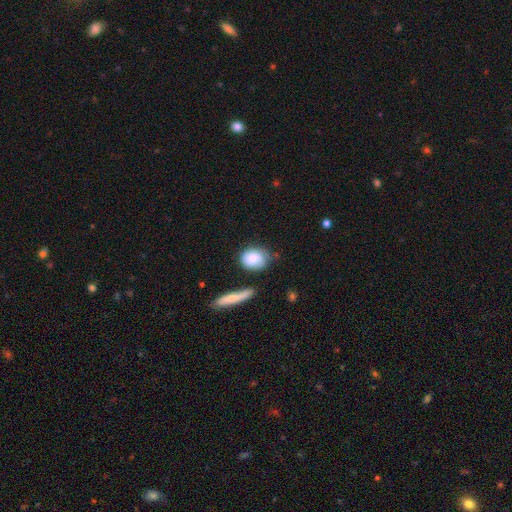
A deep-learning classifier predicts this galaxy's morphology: The model was most divided on "how rounded": round: 55%, in between: 42%, cigar-shaped: 3%. More confident: smooth or featured — smooth (79%); merging — none (60%).